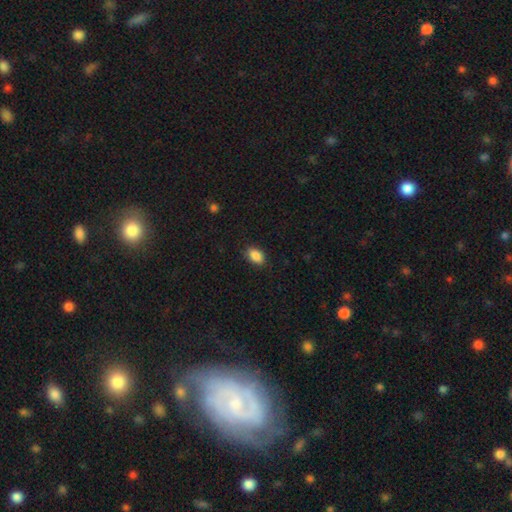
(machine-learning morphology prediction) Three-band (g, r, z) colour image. It shows a smooth galaxy with no disk features (88%) that is in between round and cigar-shaped (87%). Merging: none (86%).